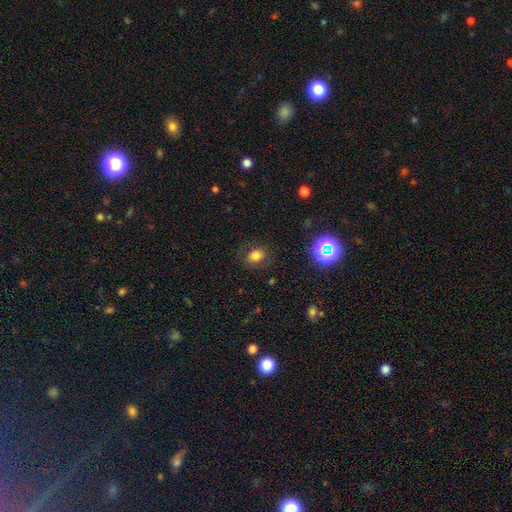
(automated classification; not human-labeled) This appears to be a smooth galaxy with no disk features (75%) that is in between round and cigar-shaped (62%). Merging: none (80%).